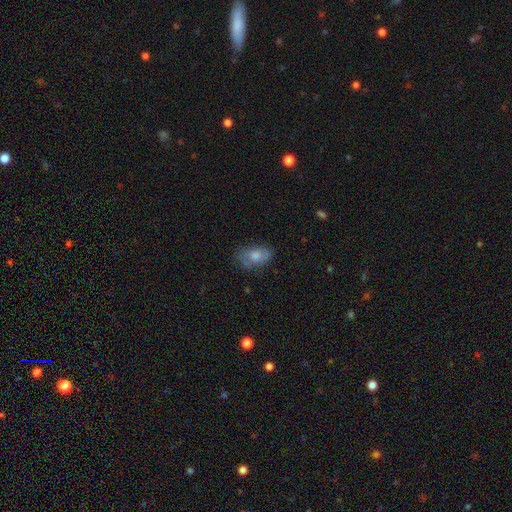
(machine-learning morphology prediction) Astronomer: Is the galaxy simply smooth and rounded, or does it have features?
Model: smooth — 51% (runner-up: featured or disk, 36%).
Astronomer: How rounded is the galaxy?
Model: in between — 83%.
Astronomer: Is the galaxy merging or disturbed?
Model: none — 69%.